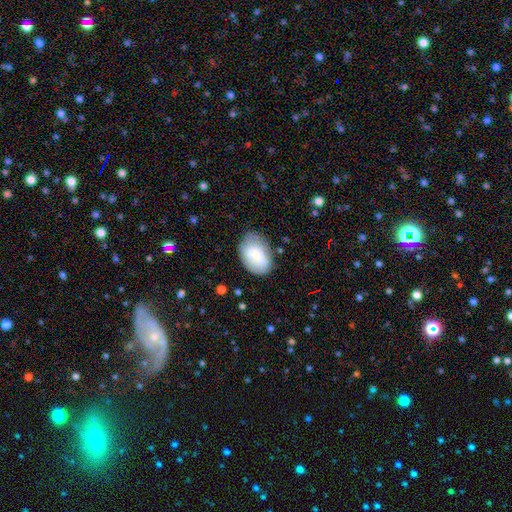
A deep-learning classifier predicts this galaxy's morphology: The model was most divided on "merging": none: 70%, minor disturbance: 22%, major disturbance: 6%, merger: 2%. More confident: how rounded — in between (87%); smooth or featured — smooth (72%).